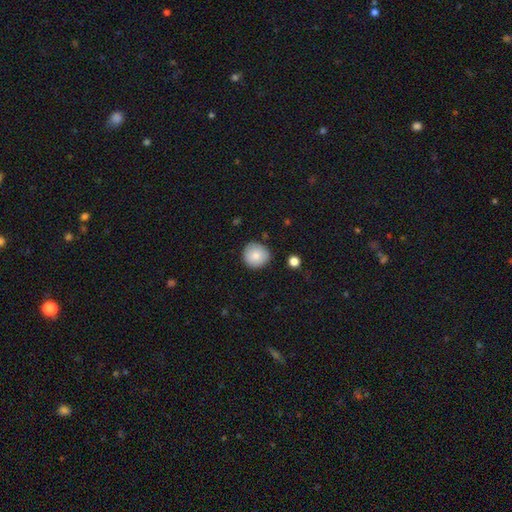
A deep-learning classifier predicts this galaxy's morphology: smooth-or-featured: smooth: 82% | featured or disk: 10% | star or artifact: 8%
  how-rounded: round: 92% | in between: 7% | cigar-shaped: 1%
  merging: none: 85% | minor disturbance: 11% | major disturbance: 2% | merger: 2%